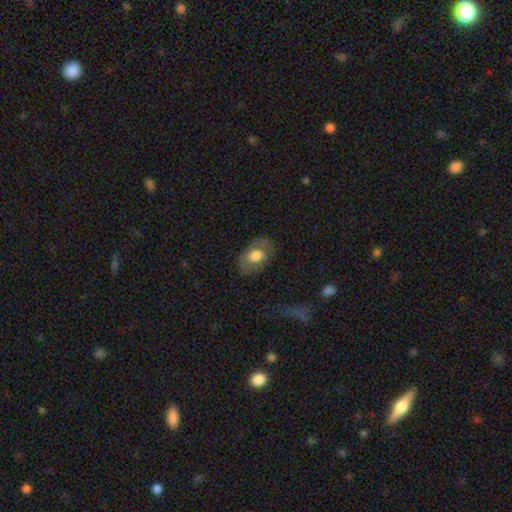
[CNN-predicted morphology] This appears to be a smooth galaxy with no disk features (62%) that is in between round and cigar-shaped (84%). Merging: none (76%).